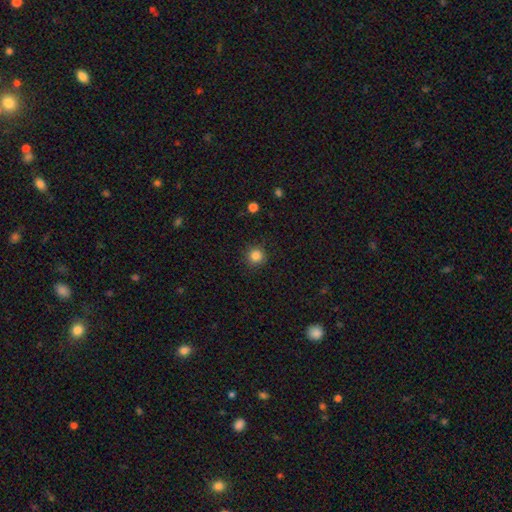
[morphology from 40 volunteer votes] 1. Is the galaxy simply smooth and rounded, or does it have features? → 88% smooth, 10% star or artifact, 2% featured or disk.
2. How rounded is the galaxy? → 97% round, 3% in between, 0% cigar-shaped.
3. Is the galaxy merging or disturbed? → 89% none, 6% major disturbance, 3% minor disturbance, 3% merger.